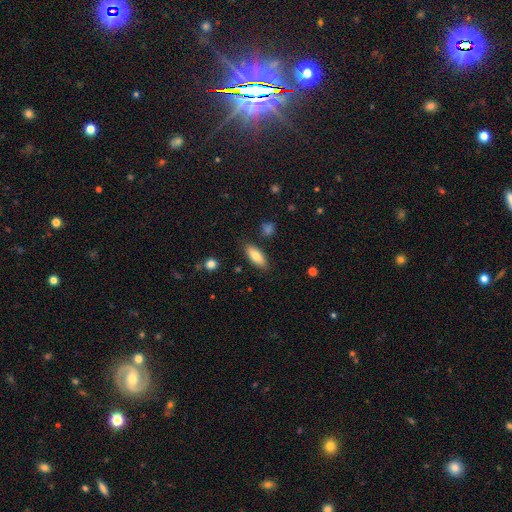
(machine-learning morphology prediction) smooth-or-featured: smooth: 77% | featured or disk: 16% | star or artifact: 7%
  how-rounded: in between: 74% | cigar-shaped: 23% | round: 2%
  merging: none: 85% | minor disturbance: 11% | major disturbance: 2% | merger: 2%